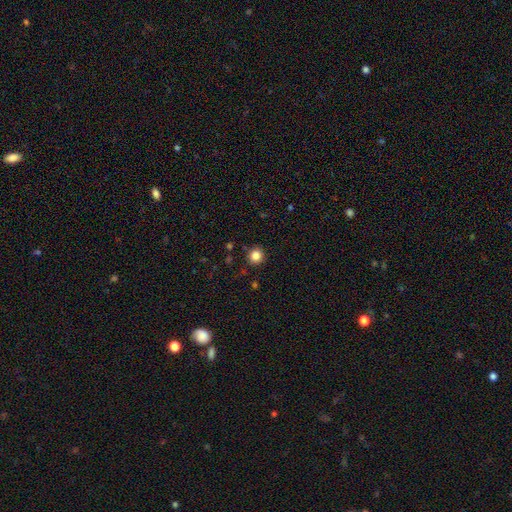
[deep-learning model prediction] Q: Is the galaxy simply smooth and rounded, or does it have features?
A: smooth — 84%.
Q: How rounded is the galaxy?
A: round — 92%.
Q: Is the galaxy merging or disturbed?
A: none — 90%.